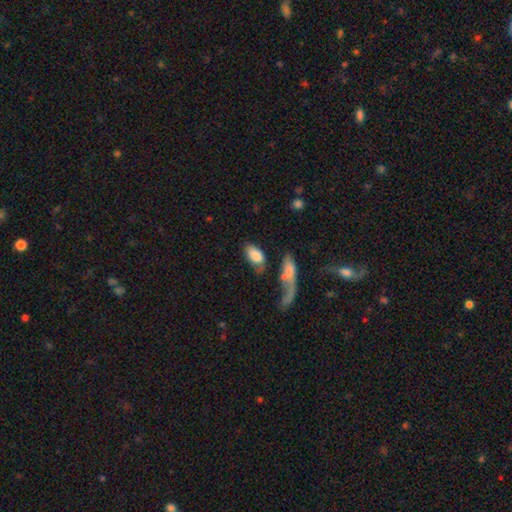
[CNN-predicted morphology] Smooth or featured? Predicted: smooth (p=0.82). How rounded? Predicted: in between (p=0.93). Merging? Predicted: none (p=0.49).